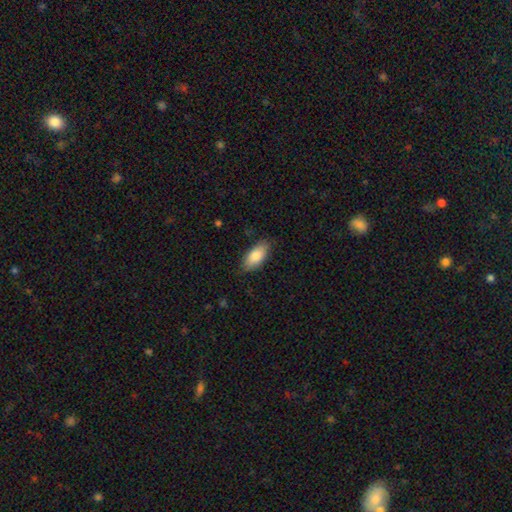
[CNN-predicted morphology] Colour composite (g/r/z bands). It shows a smooth galaxy with no disk features (83%) that is in between round and cigar-shaped (89%). Merging: none (83%).